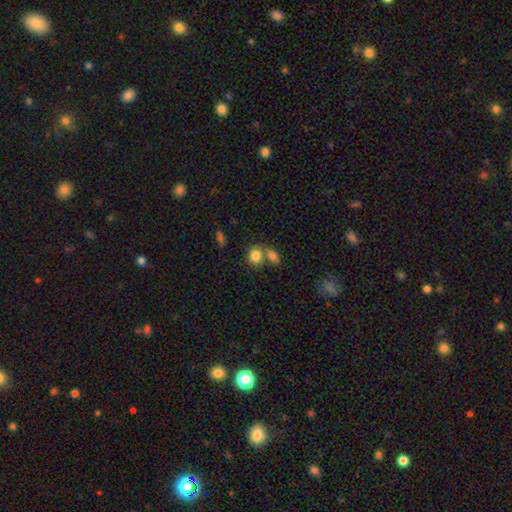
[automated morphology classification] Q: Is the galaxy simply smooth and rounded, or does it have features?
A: smooth — 82%.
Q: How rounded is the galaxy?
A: round — 66%.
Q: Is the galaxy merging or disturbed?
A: none — 45%.